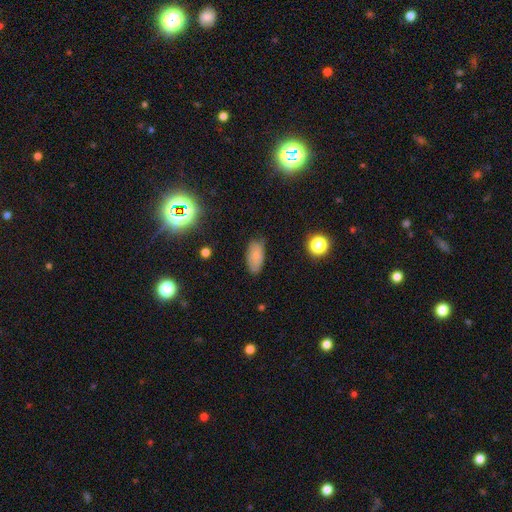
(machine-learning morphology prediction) This appears to be a smooth galaxy with no disk features (81%) that is in between round and cigar-shaped (92%). Merging: none (77%).